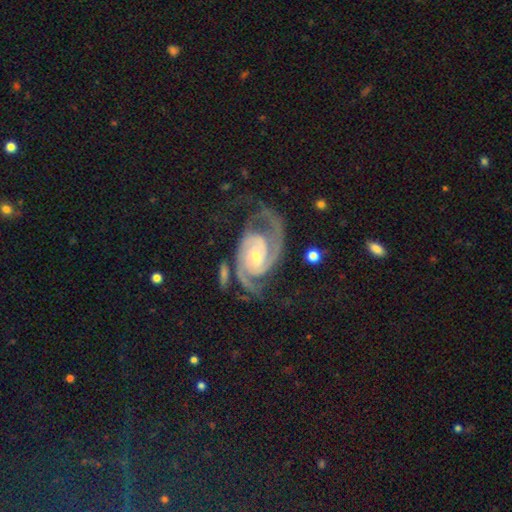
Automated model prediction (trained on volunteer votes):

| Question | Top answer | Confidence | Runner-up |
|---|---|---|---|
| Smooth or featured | featured or disk | 92% | star or artifact (4%) |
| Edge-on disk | no | 97% | yes (3%) |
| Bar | no | 60% | weak (28%) |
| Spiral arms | yes | 98% | no (2%) |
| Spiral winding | tight | 50% | medium (41%) |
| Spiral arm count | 2 | 74% | 3 (12%) |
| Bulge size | small | 61% | moderate (35%) |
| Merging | none | 58% | minor disturbance (19%) |